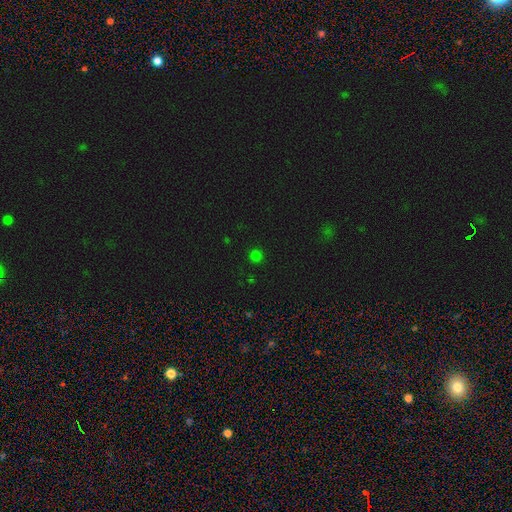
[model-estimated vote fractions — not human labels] Smooth or featured: smooth — 75% (star or artifact — 22%)
How rounded: round — 94% (in between — 5%)
Merging: none — 91% (minor disturbance — 6%)